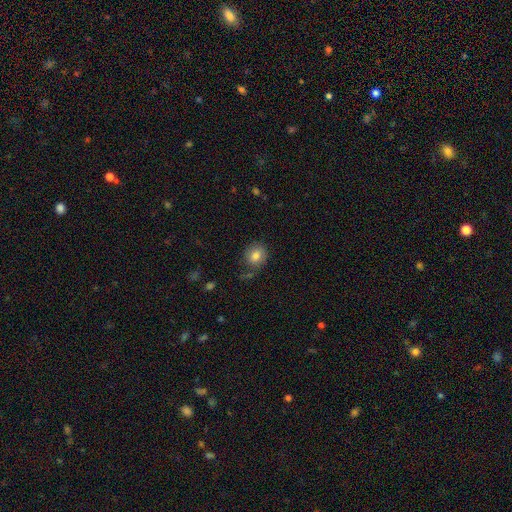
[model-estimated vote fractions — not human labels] smooth_or_featured: smooth (p=0.80) [alt: featured or disk p=0.11]
how_rounded: round (p=0.74) [alt: in between p=0.25]
merging: none (p=0.73) [alt: minor disturbance p=0.17]